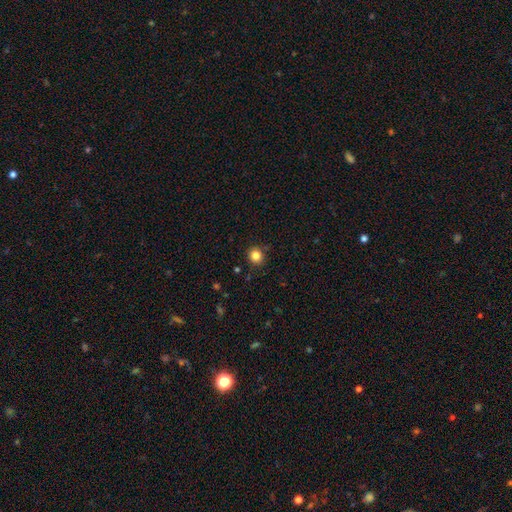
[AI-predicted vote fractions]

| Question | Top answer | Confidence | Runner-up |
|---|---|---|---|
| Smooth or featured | smooth | 83% | star or artifact (12%) |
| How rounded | round | 85% | in between (14%) |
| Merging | none | 89% | minor disturbance (7%) |